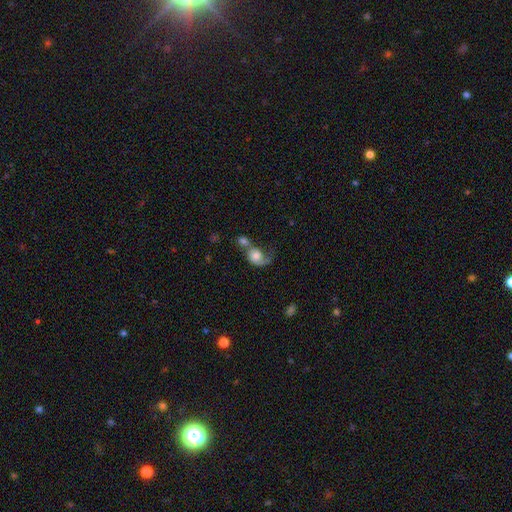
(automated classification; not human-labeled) smooth_or_featured: smooth (p=0.48) [alt: featured or disk p=0.43]
merging: merger (p=0.58) [alt: major disturbance p=0.19]